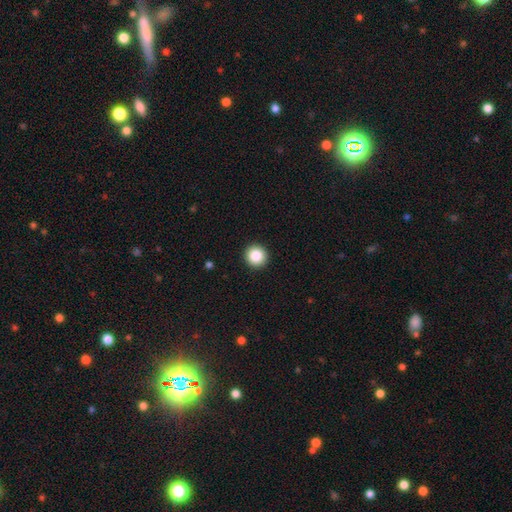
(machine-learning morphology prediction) type=smooth (87%); roundness=round (95%); merging=none (93%).